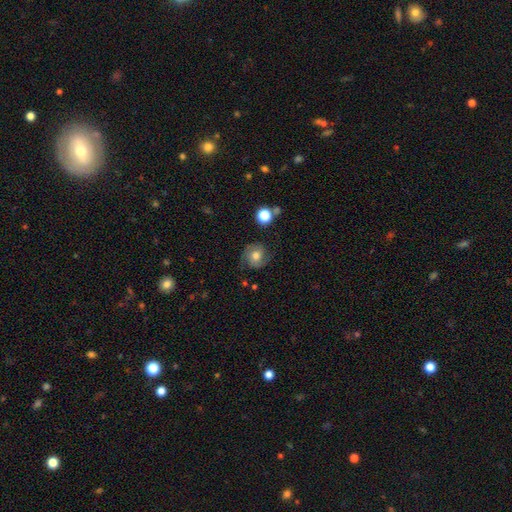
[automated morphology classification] A featured or disk galaxy (49%). Merging: none (72%).